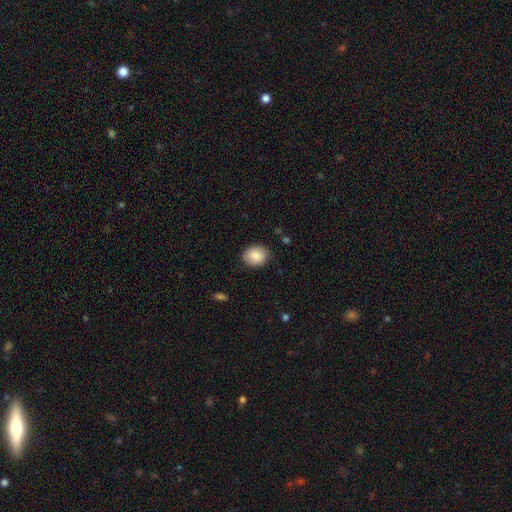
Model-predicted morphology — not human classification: The model was most divided on "how rounded": round: 50%, in between: 49%, cigar-shaped: 1%. More confident: merging — none (88%); smooth or featured — smooth (88%).